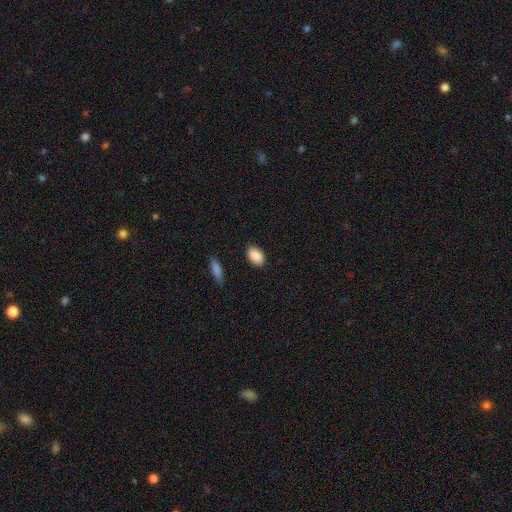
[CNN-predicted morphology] Smooth or featured? smooth (89%)
How rounded? in between (91%)
Merging? none (87%)